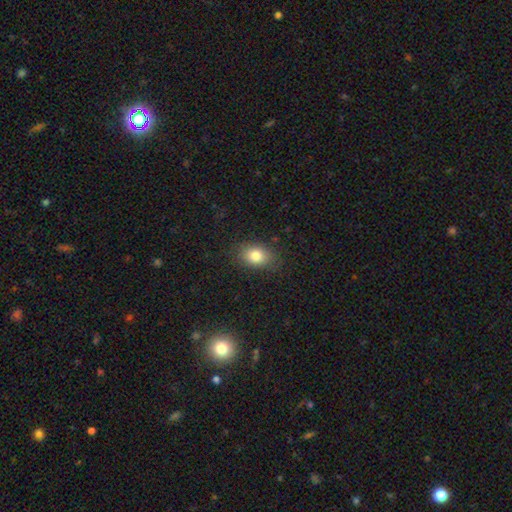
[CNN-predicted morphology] Smooth or featured? Predicted: smooth (p=0.82). How rounded? Predicted: in between (p=0.74). Merging? Predicted: none (p=0.83).